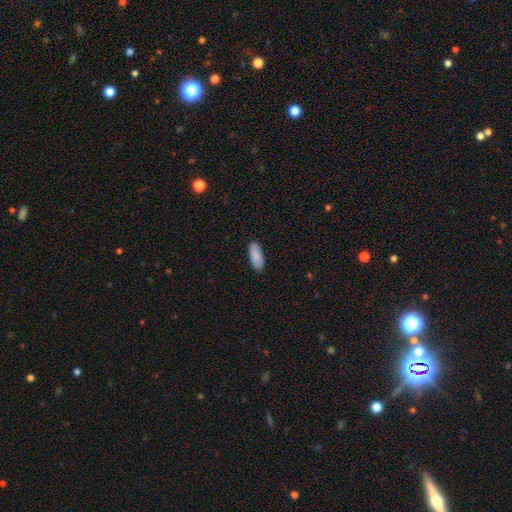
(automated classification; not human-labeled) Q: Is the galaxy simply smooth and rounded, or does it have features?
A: smooth — 88%.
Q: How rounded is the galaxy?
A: in between — 79%.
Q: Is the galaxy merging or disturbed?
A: none — 86%.